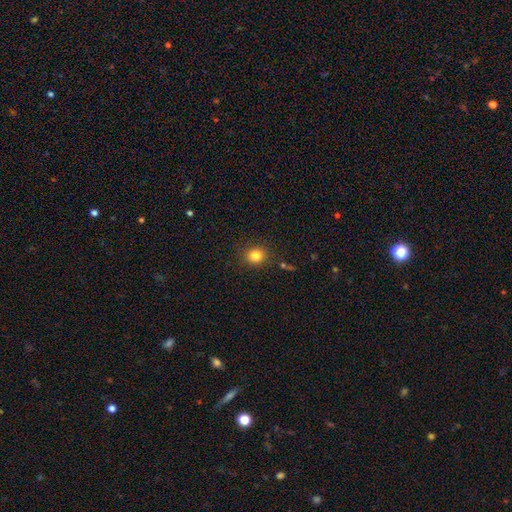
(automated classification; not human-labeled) Smooth or featured: smooth — 82% (star or artifact — 12%)
How rounded: round — 77% (in between — 22%)
Merging: none — 86% (minor disturbance — 9%)